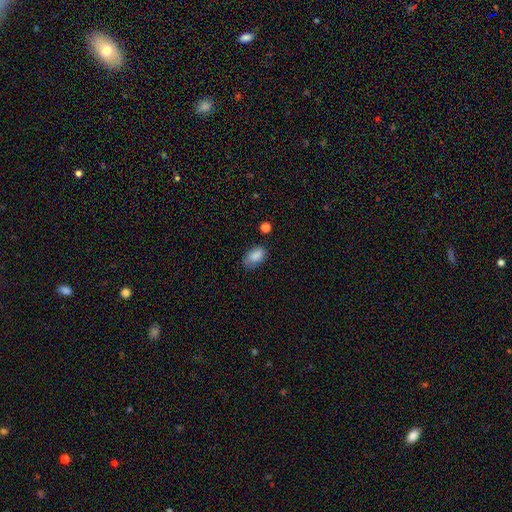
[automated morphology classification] Smooth or featured: smooth — 86% (star or artifact — 9%)
How rounded: in between — 89% (round — 10%)
Merging: none — 66% (minor disturbance — 25%)